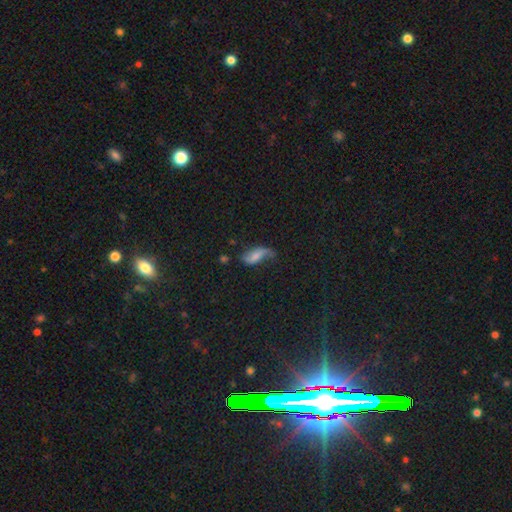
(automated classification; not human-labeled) smooth 49%, featured or disk 41%, star or artifact 9%. Down the decision tree: merging — none (41%).